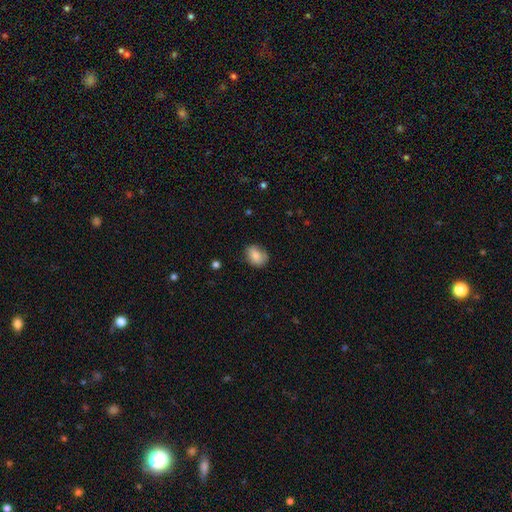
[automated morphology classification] Smooth or featured: smooth — 82% (featured or disk — 10%)
How rounded: in between — 63% (round — 35%)
Merging: none — 74% (minor disturbance — 20%)